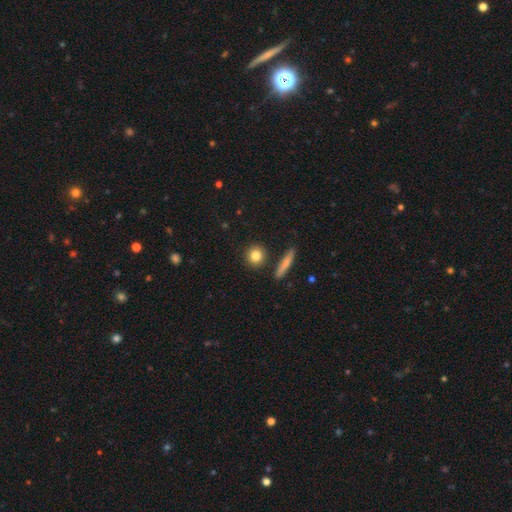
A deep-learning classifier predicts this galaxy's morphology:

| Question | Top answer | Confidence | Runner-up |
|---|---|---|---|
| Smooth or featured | smooth | 83% | featured or disk (9%) |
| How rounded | round | 83% | in between (12%) |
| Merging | none | 87% | minor disturbance (7%) |